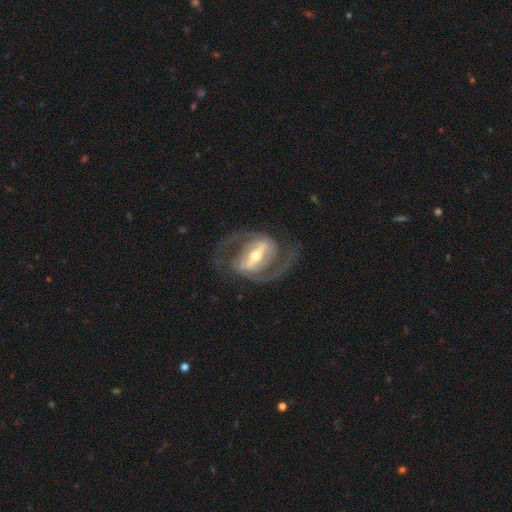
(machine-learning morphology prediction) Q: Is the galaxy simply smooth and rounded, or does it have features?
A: featured or disk — 91%.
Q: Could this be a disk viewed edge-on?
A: no — 96%.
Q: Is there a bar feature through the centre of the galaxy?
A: strong — 72%.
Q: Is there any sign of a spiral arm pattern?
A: yes — 94%.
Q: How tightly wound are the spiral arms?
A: medium — 57%.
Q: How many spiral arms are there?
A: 2 — 93%.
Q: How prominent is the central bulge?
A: moderate — 60%.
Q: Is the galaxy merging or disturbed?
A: none — 77%.